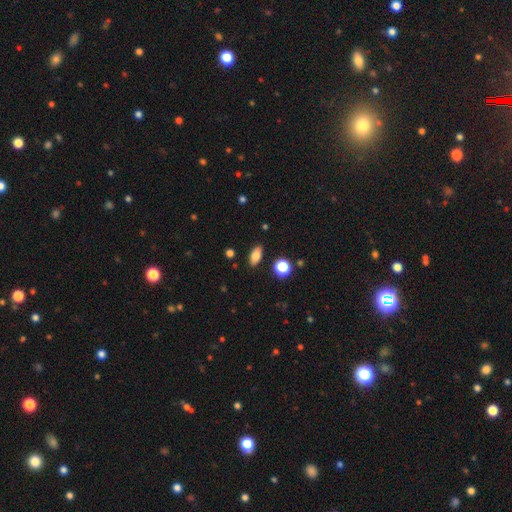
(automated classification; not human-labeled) A smooth galaxy with no disk features (78%) that is in between round and cigar-shaped (83%).

Vote fractions:
- Smooth or featured? smooth: 78% / featured or disk: 12% / star or artifact: 10%
- How rounded? in between: 83% / cigar-shaped: 9% / round: 7%
- Merging? none: 87% / minor disturbance: 9% / major disturbance: 2% / merger: 2%